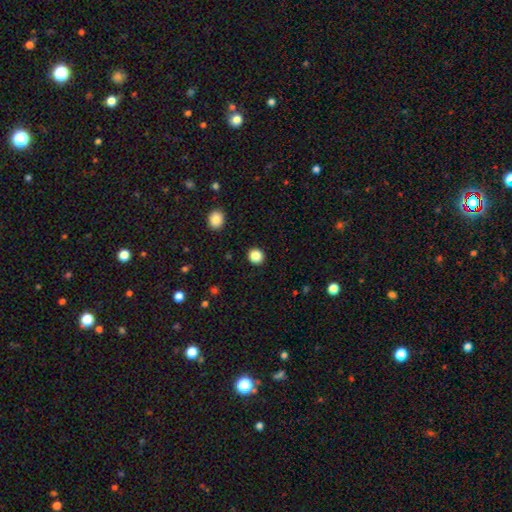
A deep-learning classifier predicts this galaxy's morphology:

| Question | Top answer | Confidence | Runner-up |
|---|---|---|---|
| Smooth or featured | smooth | 87% | star or artifact (10%) |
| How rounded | round | 91% | in between (8%) |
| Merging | none | 92% | minor disturbance (5%) |